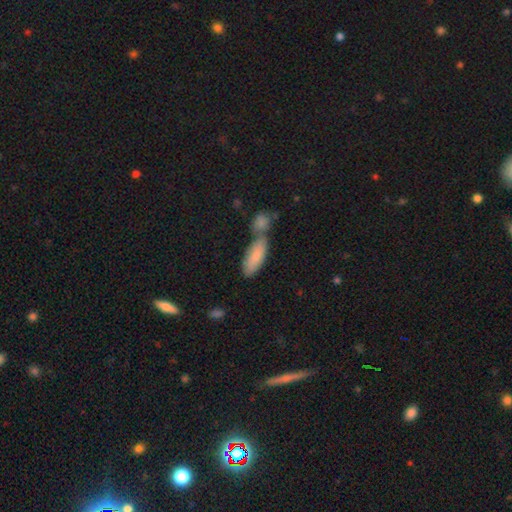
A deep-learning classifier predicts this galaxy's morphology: This is clearly a smooth galaxy (80%). How rounded: likely in between (71%). Merging: marginally none (44%).